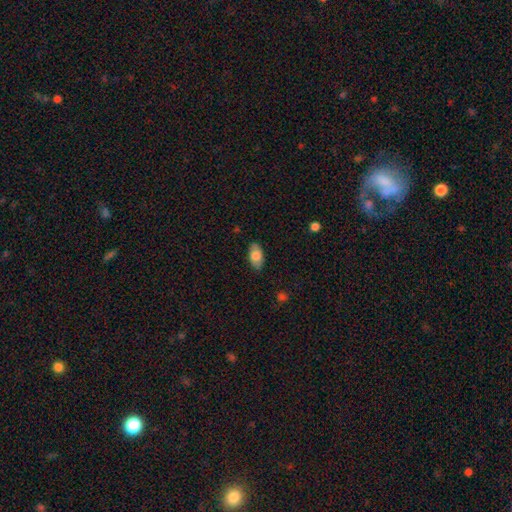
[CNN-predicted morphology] smooth_or_featured: smooth (p=0.76) [alt: featured or disk p=0.17]
how_rounded: in between (p=0.92) [alt: round p=0.04]
merging: none (p=0.83) [alt: minor disturbance p=0.13]